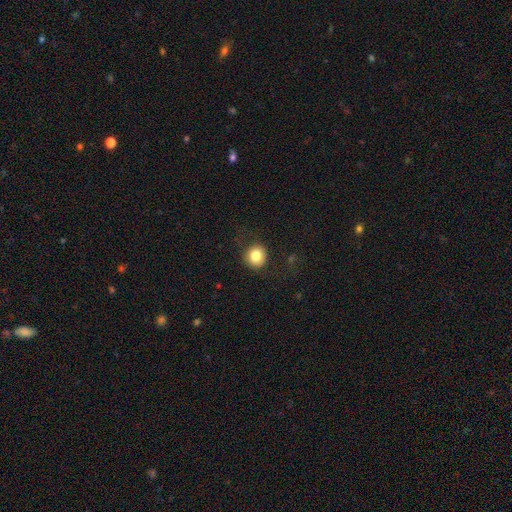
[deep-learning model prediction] smooth_or_featured: smooth (p=0.83) [alt: star or artifact p=0.10]
how_rounded: round (p=0.85) [alt: in between p=0.14]
merging: none (p=0.84) [alt: minor disturbance p=0.10]